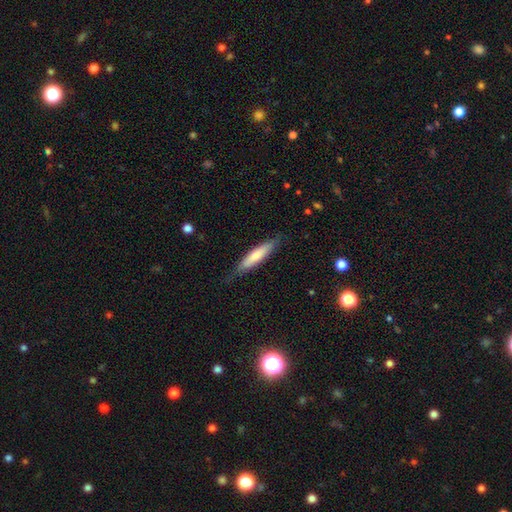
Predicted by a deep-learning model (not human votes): smooth_or_featured: smooth (p=0.68) [alt: featured or disk p=0.27]
how_rounded: cigar-shaped (p=0.79) [alt: in between p=0.20]
merging: none (p=0.77) [alt: minor disturbance p=0.18]